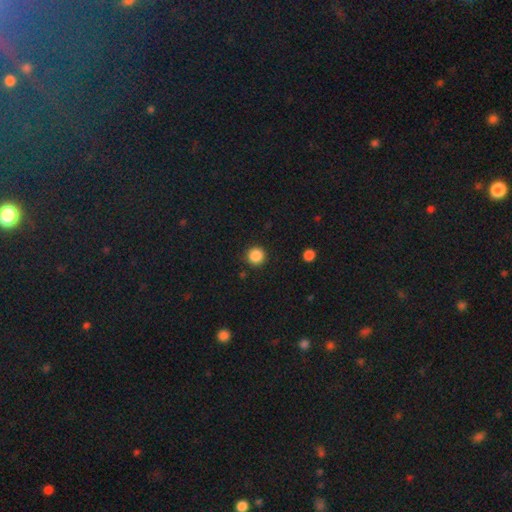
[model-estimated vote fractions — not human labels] Q: Smooth or featured?
A: smooth (87%); runner-up: star or artifact (11%)
Q: How rounded?
A: round (95%); runner-up: in between (4%)
Q: Merging?
A: none (91%); runner-up: minor disturbance (5%)